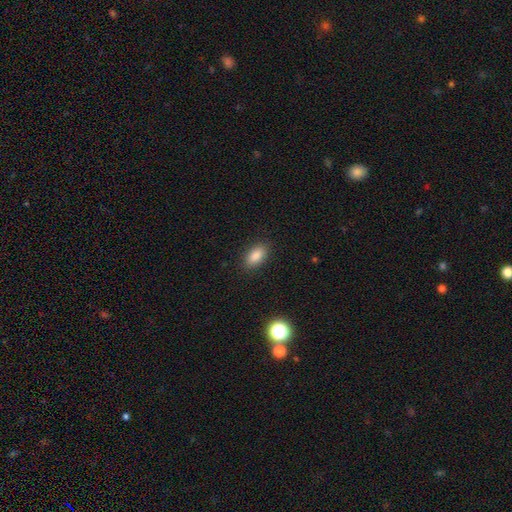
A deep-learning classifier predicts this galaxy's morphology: A smooth galaxy with no disk features (86%) that is in between round and cigar-shaped (89%). Merging: none (88%).